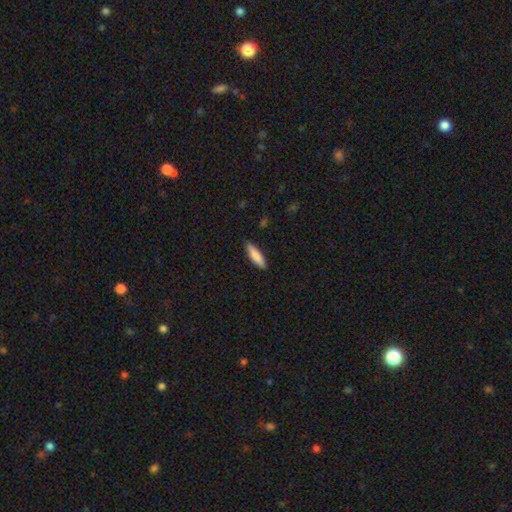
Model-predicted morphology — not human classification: A smooth galaxy with no disk features (85%) that is cigar-shaped (66%). Merging: none (88%).